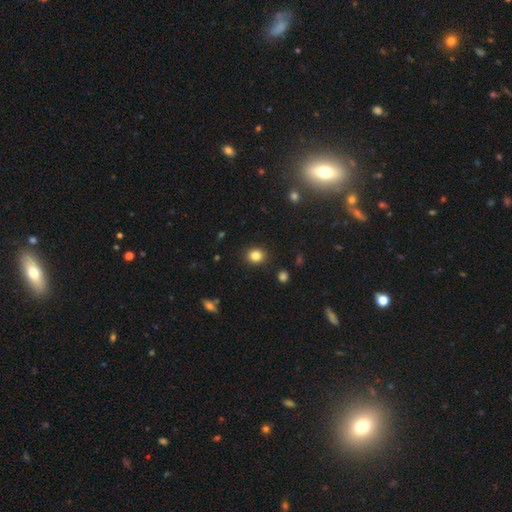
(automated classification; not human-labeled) The model was most divided on "how rounded": round: 73%, in between: 26%, cigar-shaped: 1%. More confident: merging — none (90%); smooth or featured — smooth (84%).